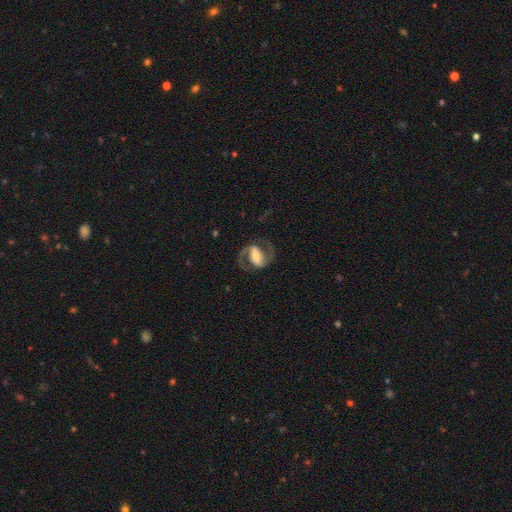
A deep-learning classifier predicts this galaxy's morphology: Overall: featured or disk (87%). Edge-on disk: no (97%). Bar: strong (56%; weak 30%). Spiral arms: yes (96%). Spiral arm count: 2 (92%). Spiral winding: medium (60%; loose 22%). Bulge size: moderate (48%; small 32%). Merging: none (76%).